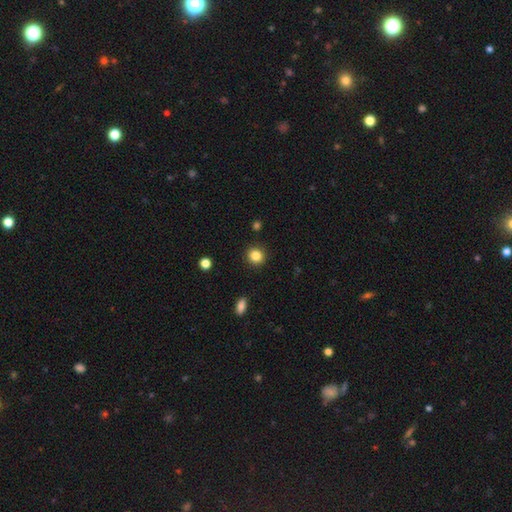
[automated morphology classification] Overall: smooth (85%). How rounded: round (91%). Merging: none (91%).